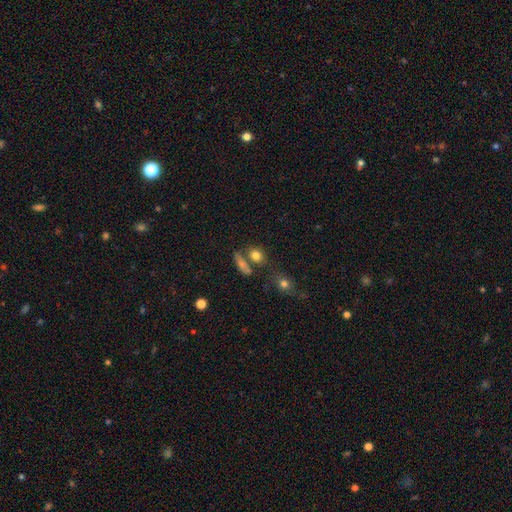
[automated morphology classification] smooth_or_featured: smooth (p=0.79) [alt: star or artifact p=0.11]
how_rounded: in between (p=0.55) [alt: round p=0.38]
merging: none (p=0.57) [alt: merger p=0.25]